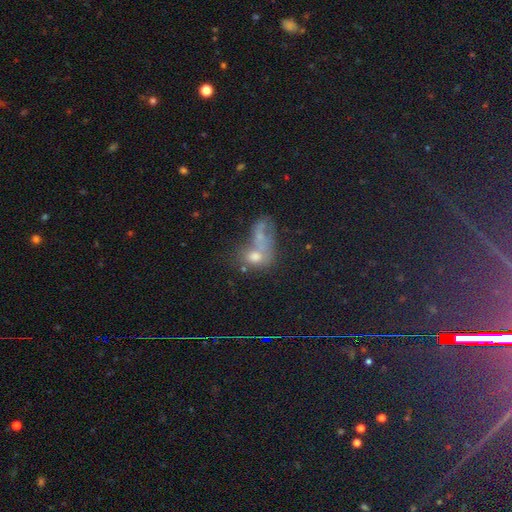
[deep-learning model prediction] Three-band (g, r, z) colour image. It shows a star or artifact, not a galaxy (41%).